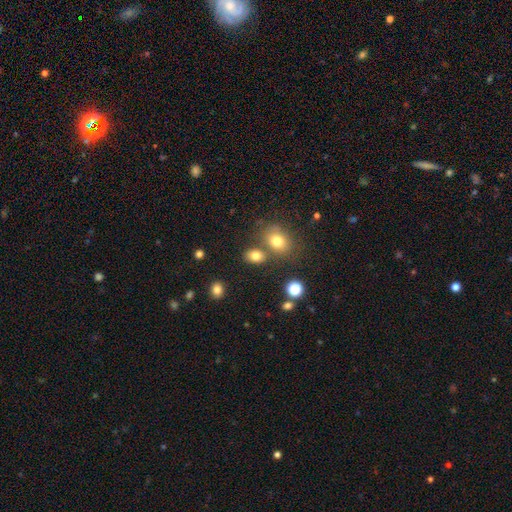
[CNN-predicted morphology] Smooth or featured? Predicted: smooth (p=0.78). How rounded? Predicted: in between (p=0.67). Merging? Predicted: none (p=0.65).